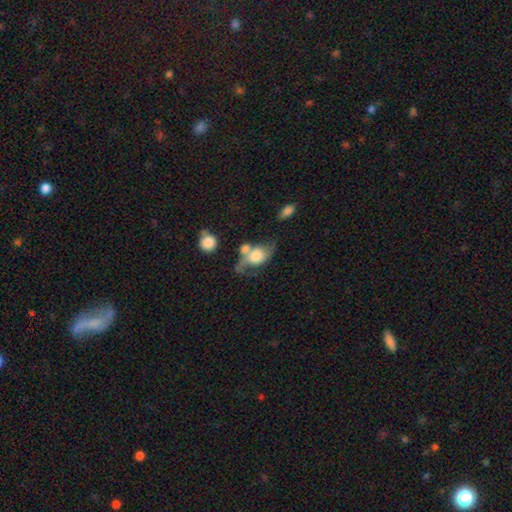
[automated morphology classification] featured or disk 56%, smooth 36%, star or artifact 8%. Down the decision tree: edge-on disk — no (92%); bar — no (72%); spiral arms — yes (79%); bulge size — large (44%); merging — none (32%).